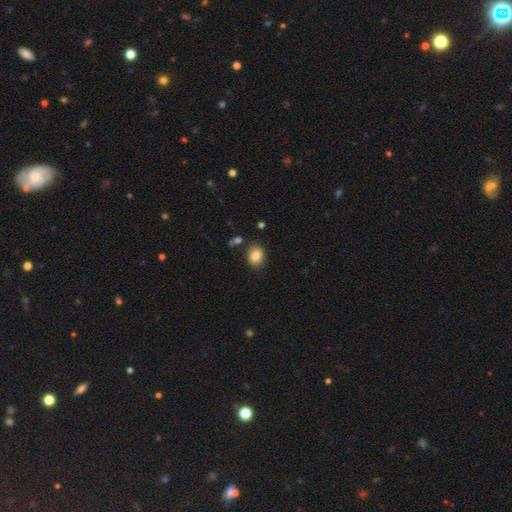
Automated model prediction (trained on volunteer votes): Smooth or featured: smooth — 84% (star or artifact — 9%)
How rounded: in between — 65% (round — 34%)
Merging: none — 83% (minor disturbance — 11%)